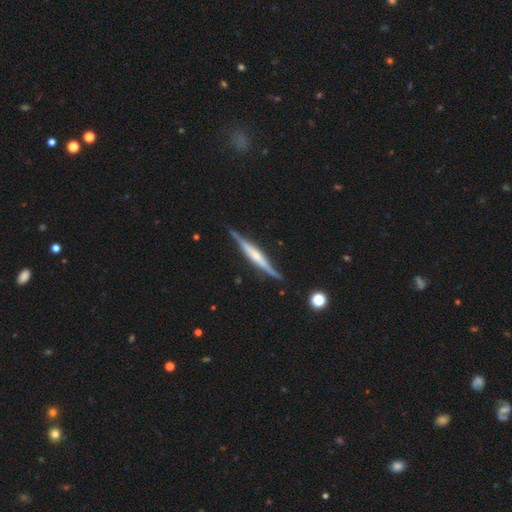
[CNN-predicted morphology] featured or disk 74%, smooth 21%, star or artifact 5%. Down the decision tree: edge-on disk — yes (97%); edge-on bulge — rounded (50%); merging — none (86%).